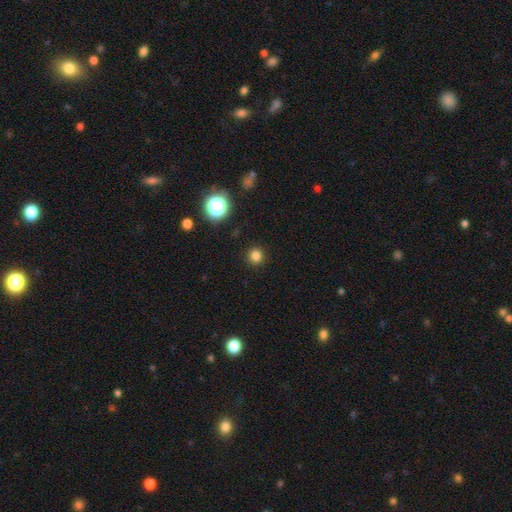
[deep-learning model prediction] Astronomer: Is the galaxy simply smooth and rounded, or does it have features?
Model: smooth — 81%.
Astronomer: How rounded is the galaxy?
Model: round — 93%.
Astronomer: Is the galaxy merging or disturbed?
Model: none — 92%.